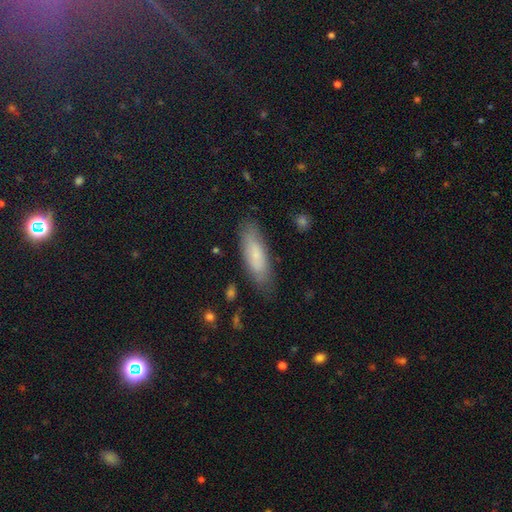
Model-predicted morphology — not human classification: smooth 71%, featured or disk 22%, star or artifact 7%. Down the decision tree: how rounded — in between (52%); merging — none (77%).